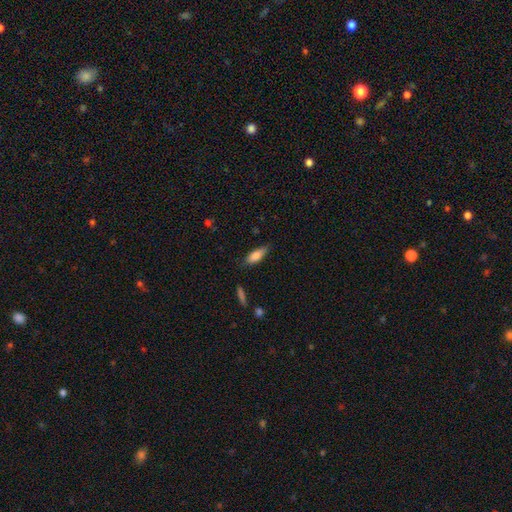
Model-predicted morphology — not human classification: Q: Smooth or featured?
A: smooth (80%); runner-up: featured or disk (13%)
Q: How rounded?
A: in between (68%); runner-up: cigar-shaped (30%)
Q: Merging?
A: none (73%); runner-up: minor disturbance (21%)